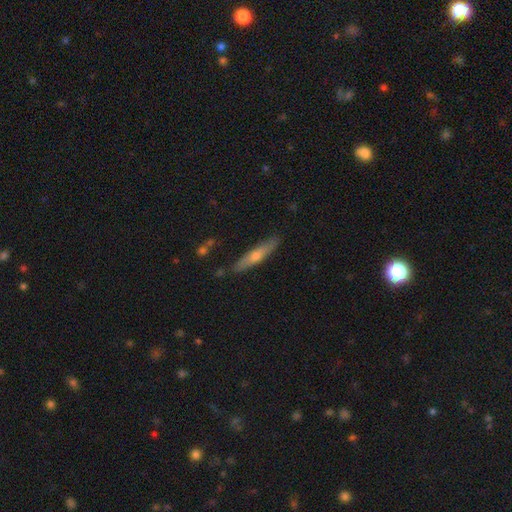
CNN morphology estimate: smooth-or-featured: featured or disk: 53% | smooth: 40% | star or artifact: 7%
  disk-edge-on: yes: 90% | no: 10%
  merging: none: 87% | minor disturbance: 10% | major disturbance: 2% | merger: 2%